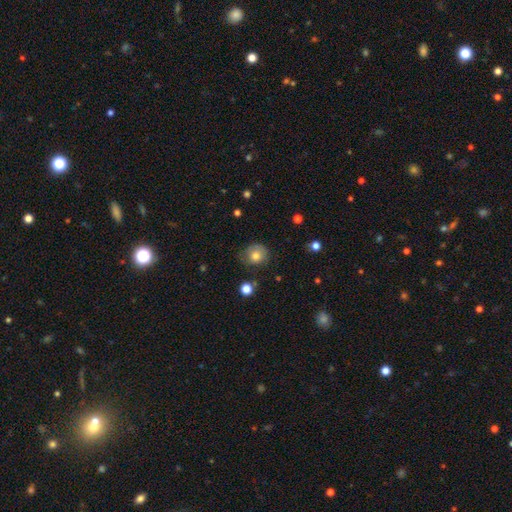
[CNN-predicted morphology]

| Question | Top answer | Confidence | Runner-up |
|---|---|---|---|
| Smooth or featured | smooth | 74% | featured or disk (16%) |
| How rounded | round | 77% | in between (22%) |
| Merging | none | 63% | minor disturbance (26%) |